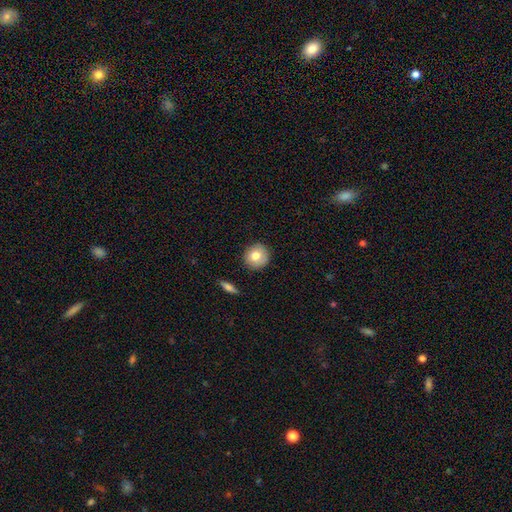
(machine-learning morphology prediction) smooth 78%, featured or disk 14%, star or artifact 8%. Down the decision tree: how rounded — round (90%); merging — none (88%).